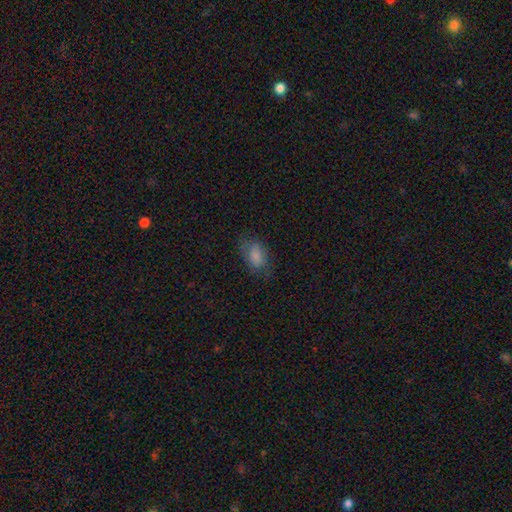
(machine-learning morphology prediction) smooth-or-featured: smooth: 78% | featured or disk: 12% | star or artifact: 9%
  how-rounded: in between: 89% | round: 9% | cigar-shaped: 2%
  merging: none: 65% | minor disturbance: 23% | major disturbance: 11% | merger: 1%